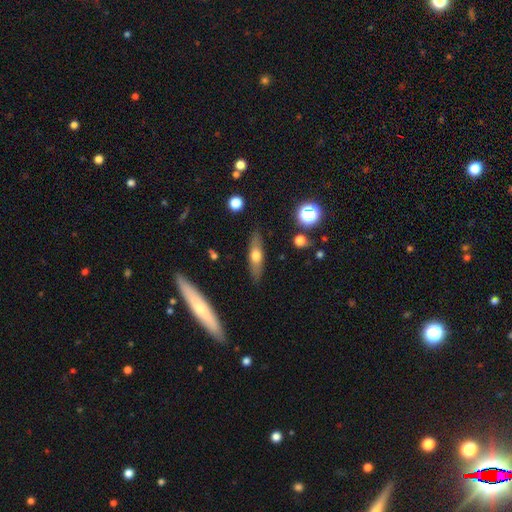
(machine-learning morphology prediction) Smooth or featured?
  - smooth: 50% *
  - featured or disk: 43%
  - star or artifact: 7%
Merging?
  - none: 85% *
  - minor disturbance: 11%
  - major disturbance: 3%
  - merger: 2%